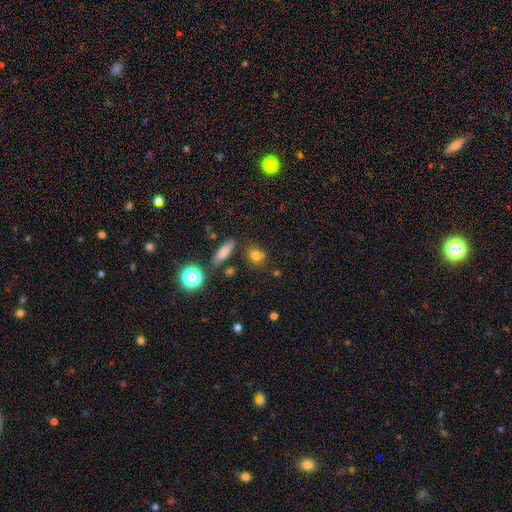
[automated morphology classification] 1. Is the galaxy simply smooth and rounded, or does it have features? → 75% smooth, 16% star or artifact, 9% featured or disk.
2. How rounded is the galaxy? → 62% round, 34% in between, 4% cigar-shaped.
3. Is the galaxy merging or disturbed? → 72% none, 14% minor disturbance, 9% merger, 4% major disturbance.